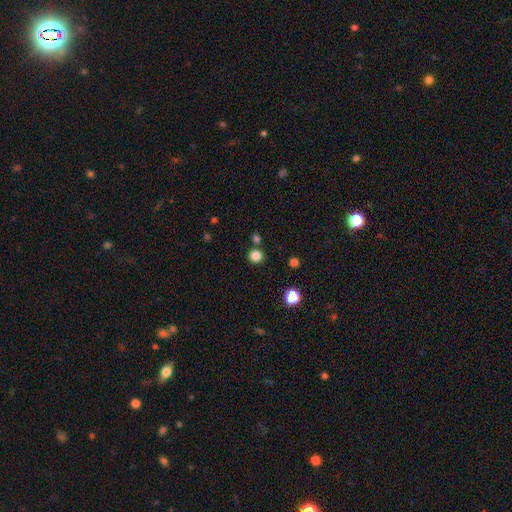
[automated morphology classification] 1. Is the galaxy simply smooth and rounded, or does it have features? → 83% smooth, 14% star or artifact, 4% featured or disk.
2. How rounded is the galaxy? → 92% round, 7% in between, 1% cigar-shaped.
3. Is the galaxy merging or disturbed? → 82% none, 9% merger, 6% minor disturbance, 2% major disturbance.